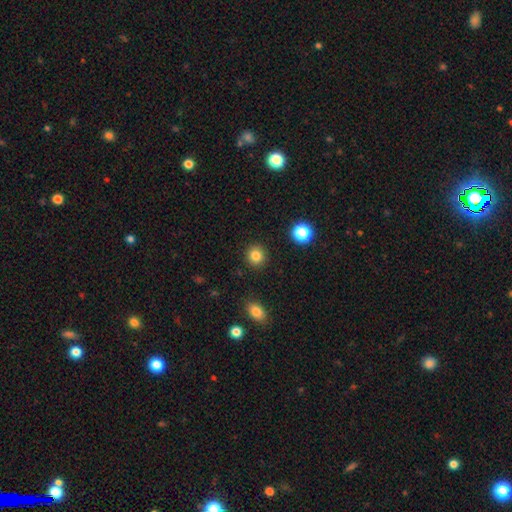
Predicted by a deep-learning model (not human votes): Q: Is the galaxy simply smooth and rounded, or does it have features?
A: smooth — 84%.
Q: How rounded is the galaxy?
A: round — 90%.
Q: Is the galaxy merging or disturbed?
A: none — 91%.